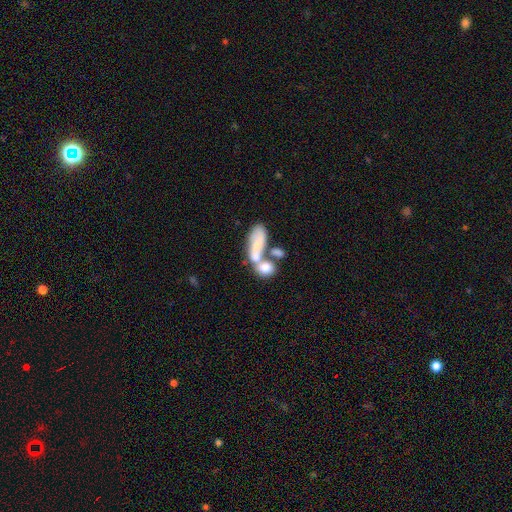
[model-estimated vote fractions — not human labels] Morphology: type=smooth (65%); roundness=in between (74%); merging=merger (58%).